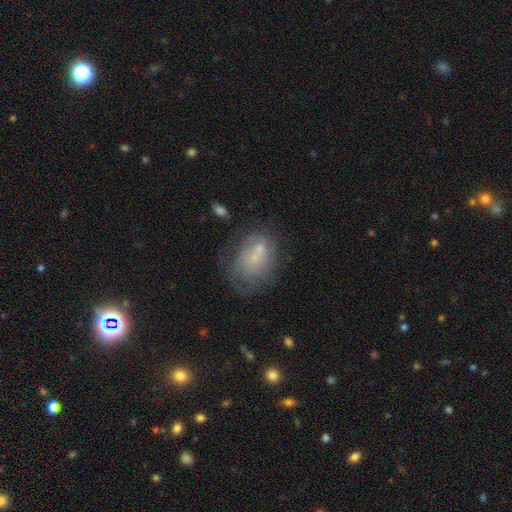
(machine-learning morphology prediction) A smooth galaxy with no disk features (49%). Merging: none (38%).